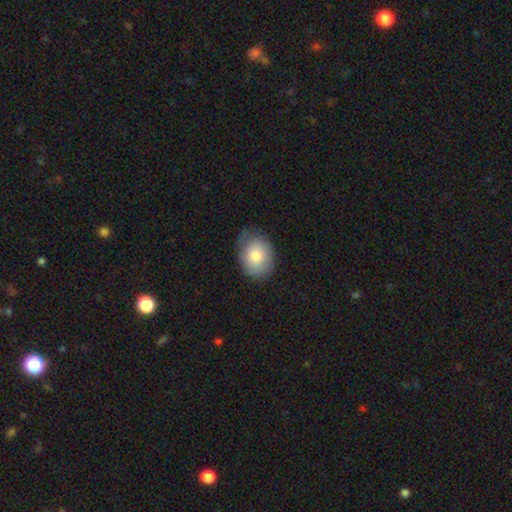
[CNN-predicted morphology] Overall: smooth (79%). How rounded: in between (60%; round 39%). Merging: none (67%).